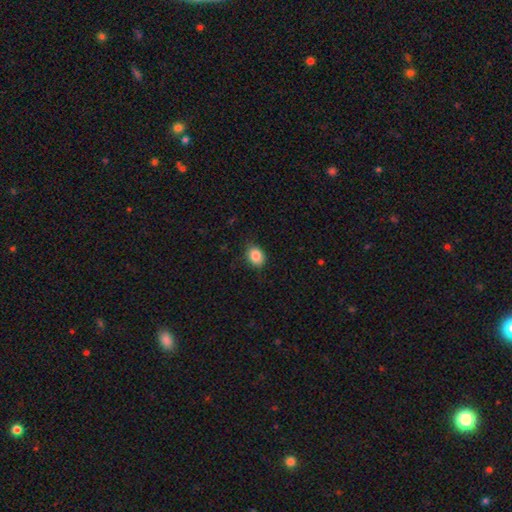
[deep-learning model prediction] Smooth or featured? Predicted: smooth (p=0.87). How rounded? Predicted: in between (p=0.60). Merging? Predicted: none (p=0.83).